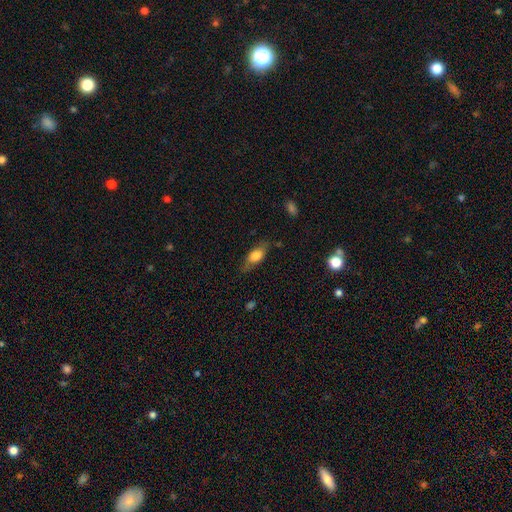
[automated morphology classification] smooth-or-featured: smooth: 65% | featured or disk: 28% | star or artifact: 8%
  how-rounded: in between: 76% | cigar-shaped: 19% | round: 5%
  merging: none: 69% | minor disturbance: 21% | major disturbance: 8% | merger: 2%